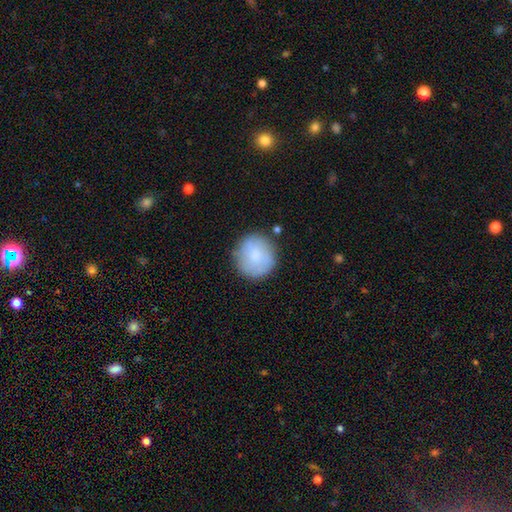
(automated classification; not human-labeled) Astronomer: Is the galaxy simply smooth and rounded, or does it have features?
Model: smooth — 72%.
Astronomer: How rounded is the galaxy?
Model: round — 93%.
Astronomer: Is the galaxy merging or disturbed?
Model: none — 81%.